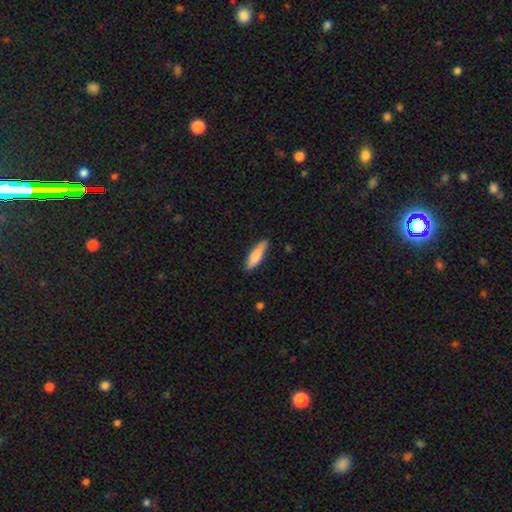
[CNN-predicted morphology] A smooth galaxy with no disk features (78%) that is cigar-shaped (68%). Merging: none (81%).